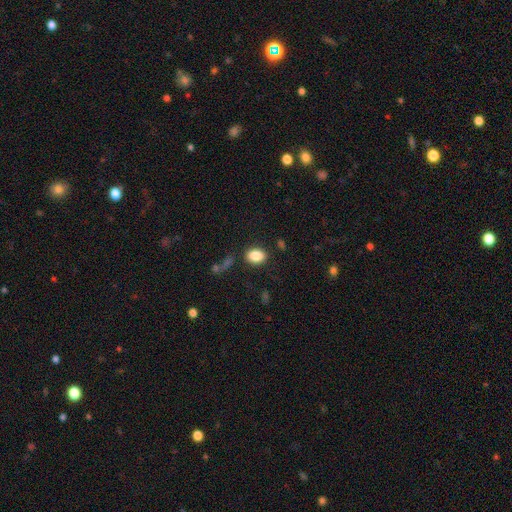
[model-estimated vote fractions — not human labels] This appears to be a smooth galaxy with no disk features (86%) that is in between round and cigar-shaped (74%). Merging: none (83%).